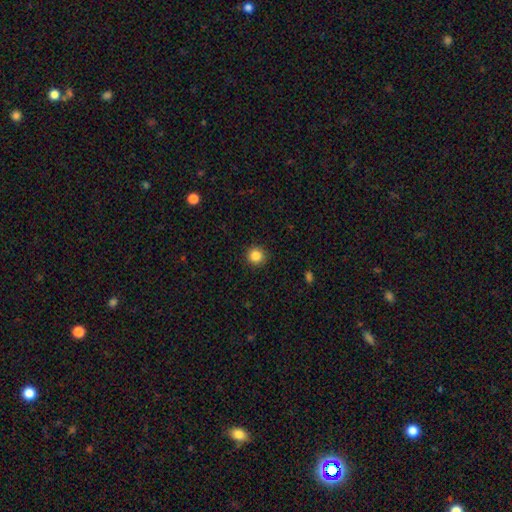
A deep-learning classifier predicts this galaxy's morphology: Smooth or featured? smooth (85%)
How rounded? round (93%)
Merging? none (91%)